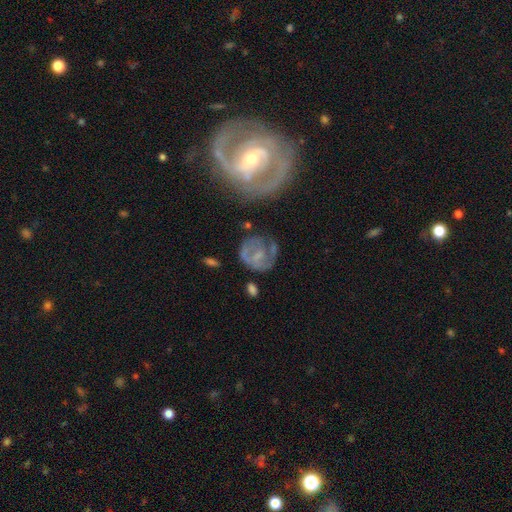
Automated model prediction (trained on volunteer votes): A featured or disk galaxy (58%) with no bar (62%), spiral arms (62%) and no central bulge (41%). Merging: none (53%).